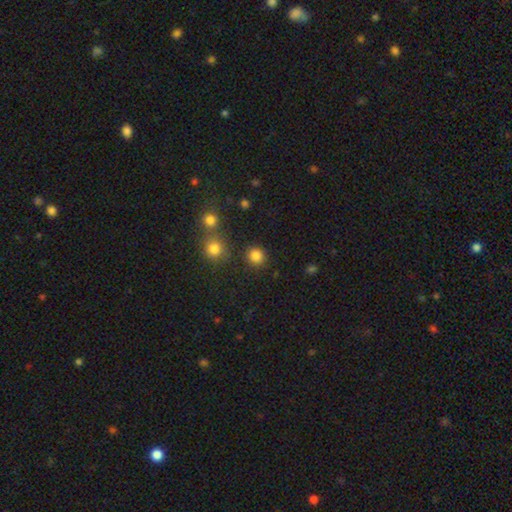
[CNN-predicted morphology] Smooth or featured? Predicted: smooth (p=0.83). How rounded? Predicted: round (p=0.89). Merging? Predicted: none (p=0.85).